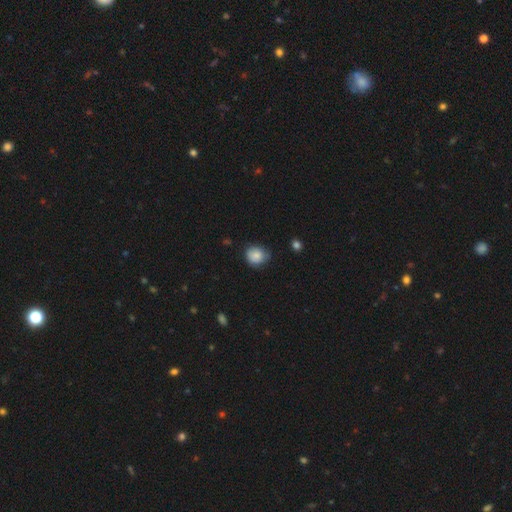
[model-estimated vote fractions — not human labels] The model was most divided on "merging": none: 65%, minor disturbance: 29%, major disturbance: 5%, merger: 2%. More confident: smooth or featured — smooth (83%); how rounded — round (76%).